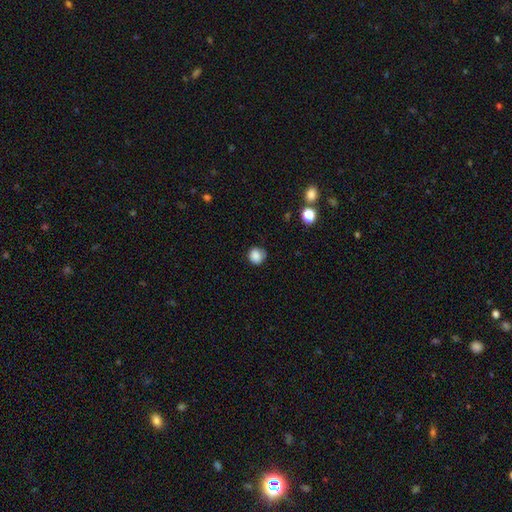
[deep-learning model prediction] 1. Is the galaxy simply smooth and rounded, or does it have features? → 86% smooth, 9% star or artifact, 4% featured or disk.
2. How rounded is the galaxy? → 86% round, 13% in between, 1% cigar-shaped.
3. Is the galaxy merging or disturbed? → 75% none, 19% minor disturbance, 4% major disturbance, 2% merger.